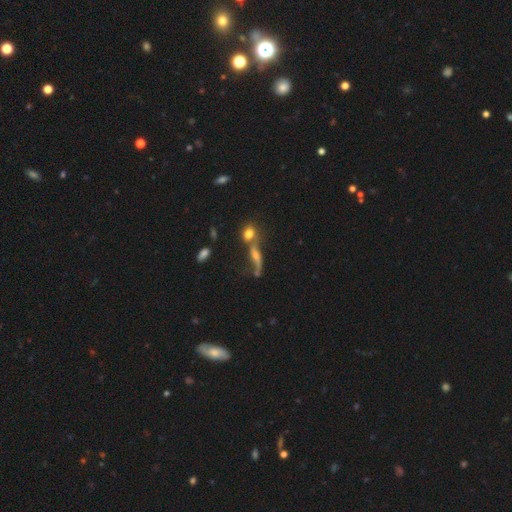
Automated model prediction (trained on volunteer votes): Smooth or featured? Predicted: featured or disk (p=0.55). Edge-on disk? Predicted: no (p=0.63). Merging? Predicted: merger (p=0.38).